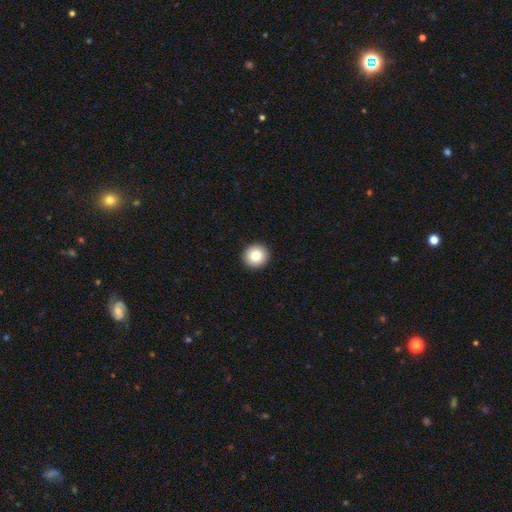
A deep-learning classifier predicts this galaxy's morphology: Smooth or featured?
  - smooth: 83% *
  - star or artifact: 9%
  - featured or disk: 8%
How rounded?
  - round: 94% *
  - in between: 5%
  - cigar-shaped: 1%
Merging?
  - none: 94% *
  - minor disturbance: 4%
  - major disturbance: 1%
  - merger: 1%